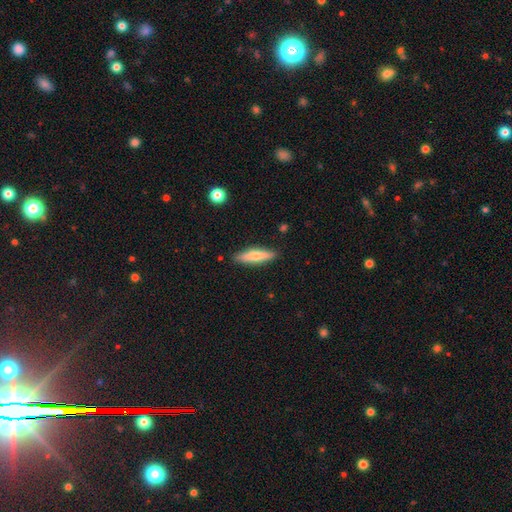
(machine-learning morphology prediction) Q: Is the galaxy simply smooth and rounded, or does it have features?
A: smooth — 65%.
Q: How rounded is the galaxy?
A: cigar-shaped — 77%.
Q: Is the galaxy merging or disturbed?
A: none — 87%.